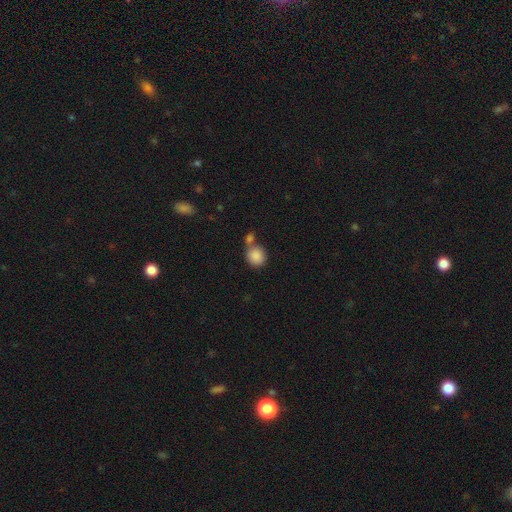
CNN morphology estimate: smooth 87%, star or artifact 8%, featured or disk 5%. Down the decision tree: how rounded — round (85%); merging — none (52%).